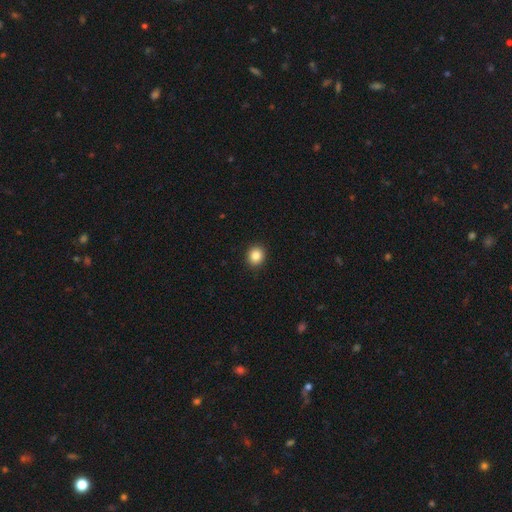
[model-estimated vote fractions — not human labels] smooth_or_featured: smooth (p=0.86) [alt: star or artifact p=0.10]
how_rounded: round (p=0.80) [alt: in between p=0.19]
merging: none (p=0.92) [alt: minor disturbance p=0.06]